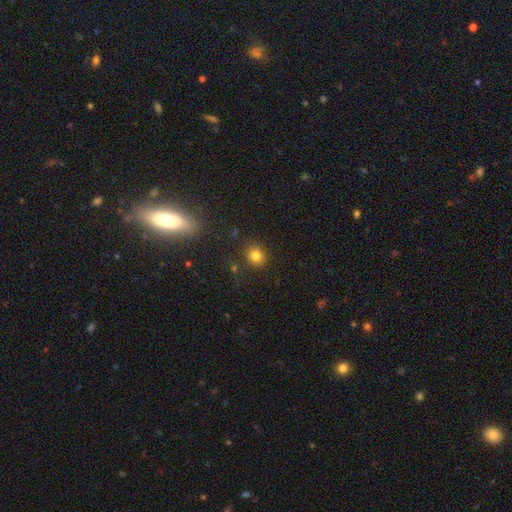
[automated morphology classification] Smooth or featured? smooth (81%)
How rounded? round (76%)
Merging? none (86%)